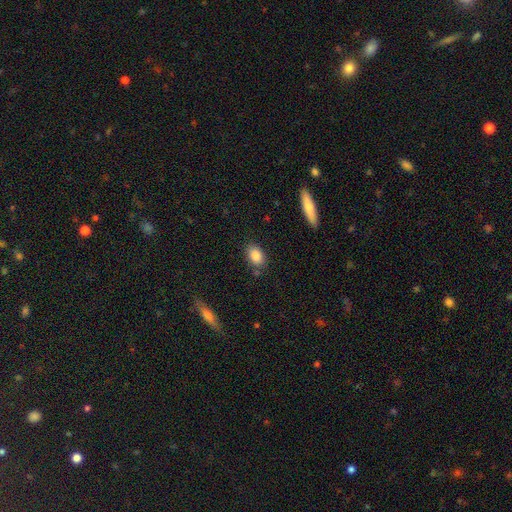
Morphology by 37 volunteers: Smooth or featured? smooth (92%)
How rounded? in between (82%)
Merging? none (75%)